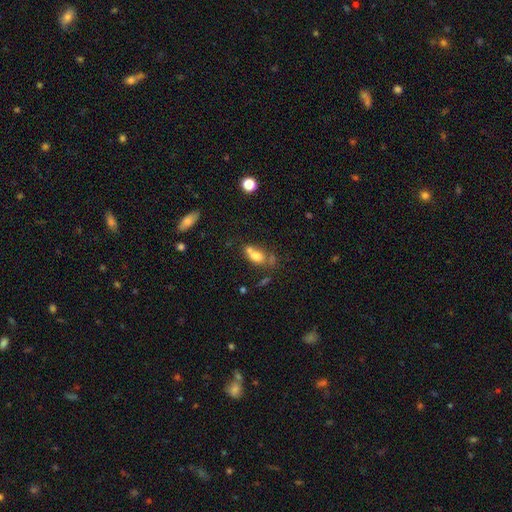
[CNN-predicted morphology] A smooth galaxy with no disk features (66%) that is in between round and cigar-shaped (74%). Merging: merger (42%).